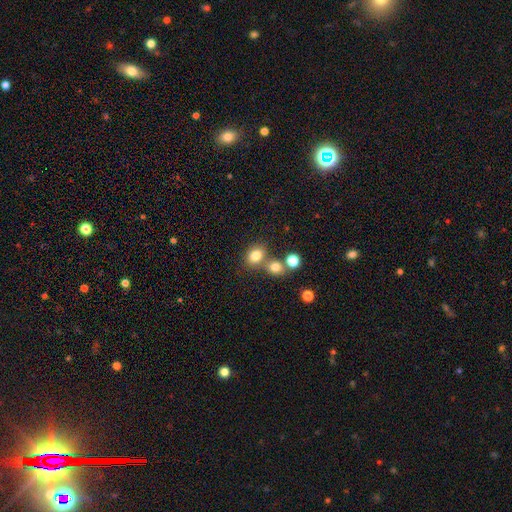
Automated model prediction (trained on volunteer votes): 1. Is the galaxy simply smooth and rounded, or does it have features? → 80% smooth, 13% star or artifact, 8% featured or disk.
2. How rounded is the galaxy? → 52% round, 47% in between, 1% cigar-shaped.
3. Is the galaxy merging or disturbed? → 56% none, 29% merger, 11% minor disturbance, 4% major disturbance.